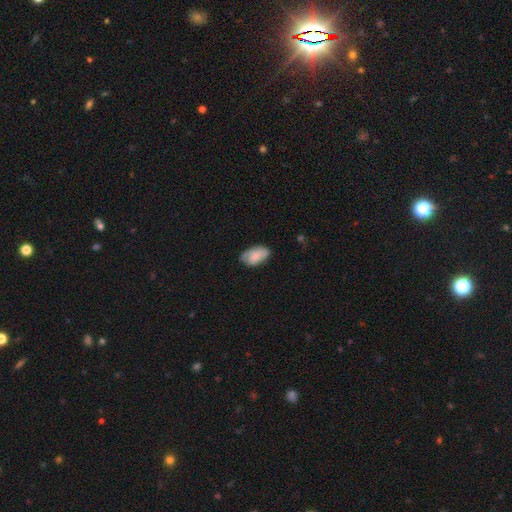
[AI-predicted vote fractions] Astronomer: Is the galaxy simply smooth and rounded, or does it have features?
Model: smooth — 76%.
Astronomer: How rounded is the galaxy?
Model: in between — 94%.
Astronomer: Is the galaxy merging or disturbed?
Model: none — 62%.